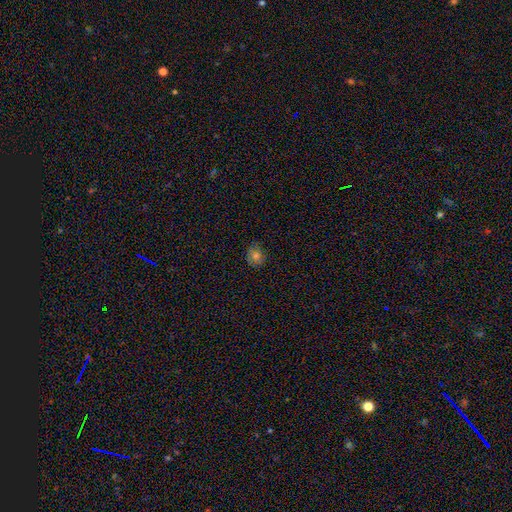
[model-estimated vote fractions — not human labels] A smooth galaxy with no disk features (76%) that is round (76%).

Vote fractions:
- Smooth or featured? smooth: 76% / star or artifact: 14% / featured or disk: 10%
- How rounded? round: 76% / in between: 23% / cigar-shaped: 1%
- Merging? none: 82% / minor disturbance: 15% / major disturbance: 3% / merger: 1%